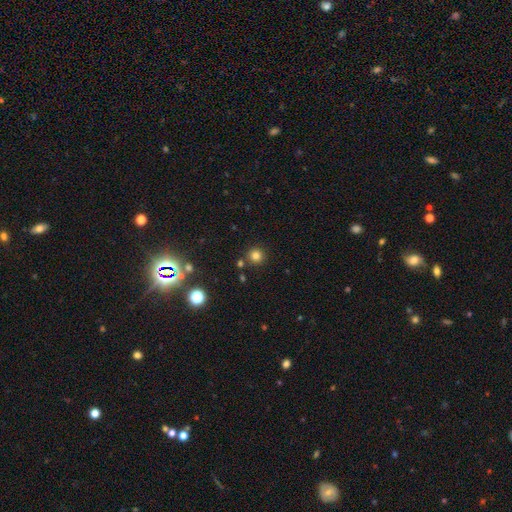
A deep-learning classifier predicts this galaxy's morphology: The model was most divided on "smooth or featured": smooth: 79%, star or artifact: 16%, featured or disk: 5%. More confident: how rounded — round (94%); merging — none (84%).